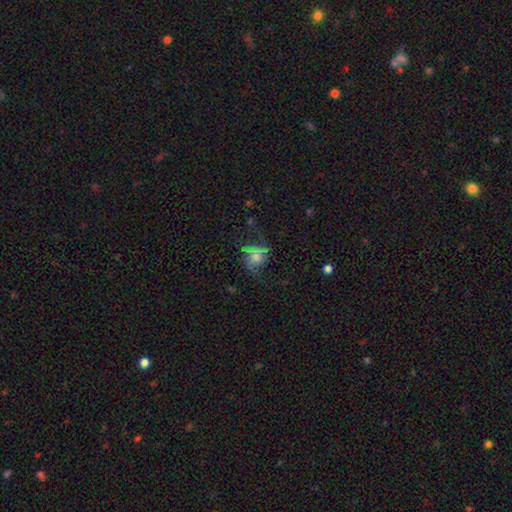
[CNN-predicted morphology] This is possibly a smooth galaxy (51%). How rounded: possibly round (59%). Merging: marginally none (43%).